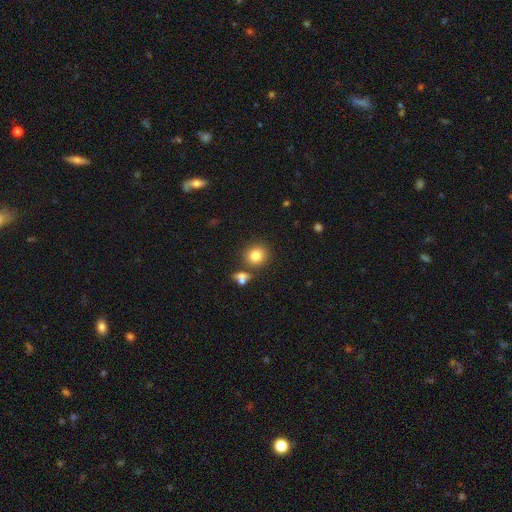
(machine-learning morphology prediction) Smooth or featured? Predicted: smooth (p=0.81). How rounded? Predicted: round (p=0.85). Merging? Predicted: none (p=0.77).